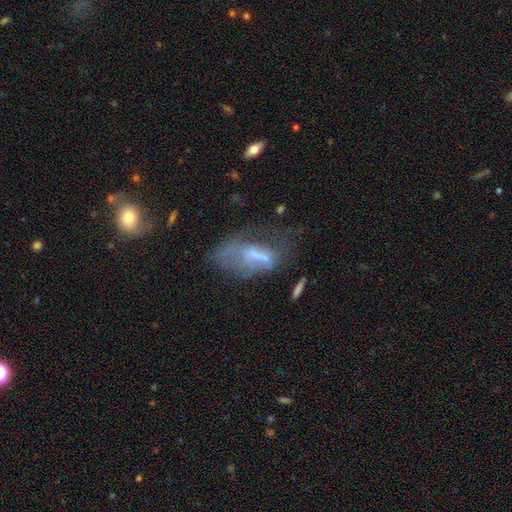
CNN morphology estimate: Smooth or featured?
  - featured or disk: 44% *
  - smooth: 43%
  - star or artifact: 14%
Merging?
  - major disturbance: 43% *
  - none: 26%
  - minor disturbance: 22%
  - merger: 10%